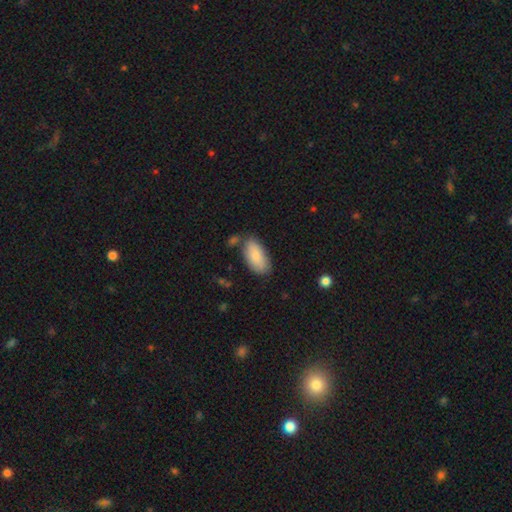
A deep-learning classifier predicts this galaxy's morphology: This appears to be a smooth galaxy with no disk features (83%) that is in between round and cigar-shaped (92%). Merging: none (72%).